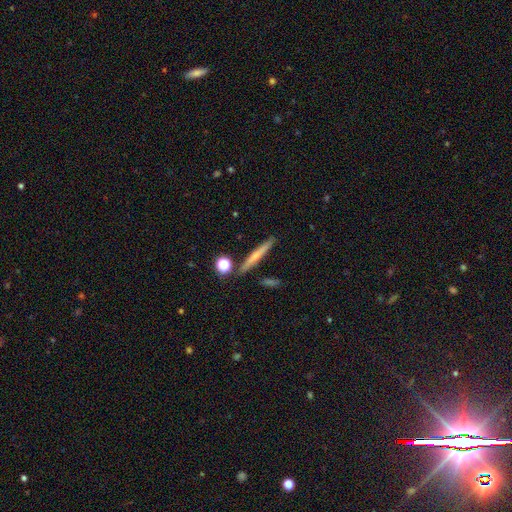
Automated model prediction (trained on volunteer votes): smooth 48%, featured or disk 43%, star or artifact 8%. Down the decision tree: merging — none (85%).